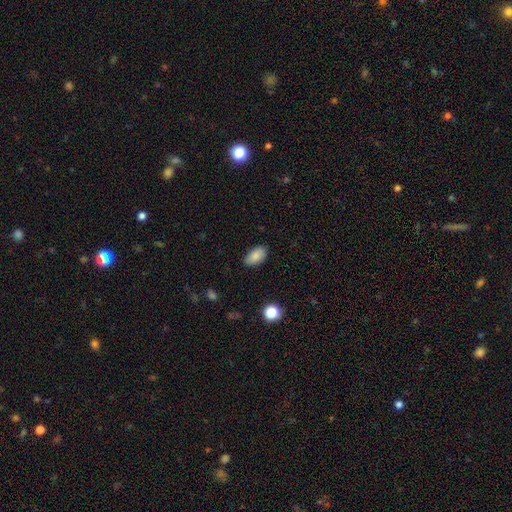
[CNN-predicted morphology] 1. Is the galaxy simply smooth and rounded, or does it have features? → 85% smooth, 8% star or artifact, 7% featured or disk.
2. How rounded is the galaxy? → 93% in between, 5% round, 2% cigar-shaped.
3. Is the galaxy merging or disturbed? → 82% none, 14% minor disturbance, 3% major disturbance, 1% merger.